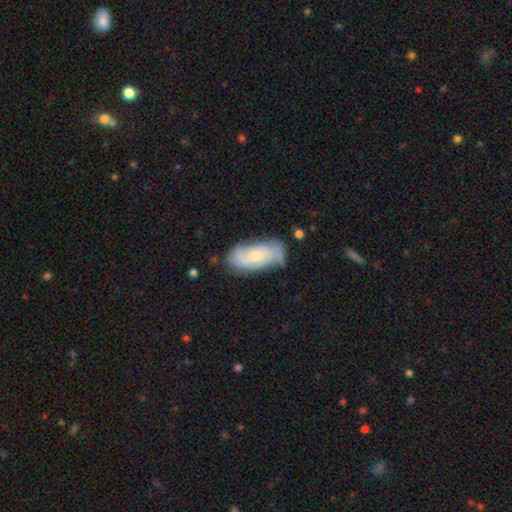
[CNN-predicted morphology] Smooth or featured?
  - featured or disk: 64% *
  - smooth: 29%
  - star or artifact: 7%
Edge-on disk?
  - no: 93% *
  - yes: 7%
Bar?
  - no: 70% *
  - weak: 25%
  - strong: 5%
Spiral arms?
  - yes: 89% *
  - no: 11%
Spiral winding?
  - tight: 46% *
  - medium: 38%
  - loose: 16%
Spiral arm count?
  - 2: 50% *
  - can't tell: 29%
  - 3: 12%
  - 1: 4%
  - 4: 4%
  - more than 4: 3%
Bulge size?
  - small: 65% *
  - moderate: 28%
  - none: 4%
  - large: 2%
  - dominant: 1%
Merging?
  - none: 67% *
  - minor disturbance: 23%
  - major disturbance: 7%
  - merger: 3%